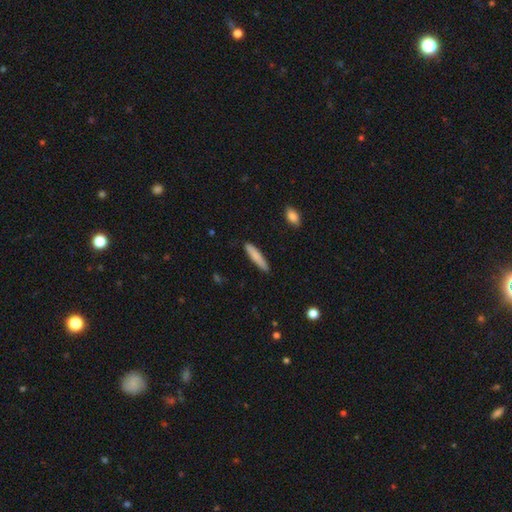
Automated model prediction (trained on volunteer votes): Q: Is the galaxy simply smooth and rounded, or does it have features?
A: smooth — 82%.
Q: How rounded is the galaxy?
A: cigar-shaped — 87%.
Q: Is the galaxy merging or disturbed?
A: none — 87%.